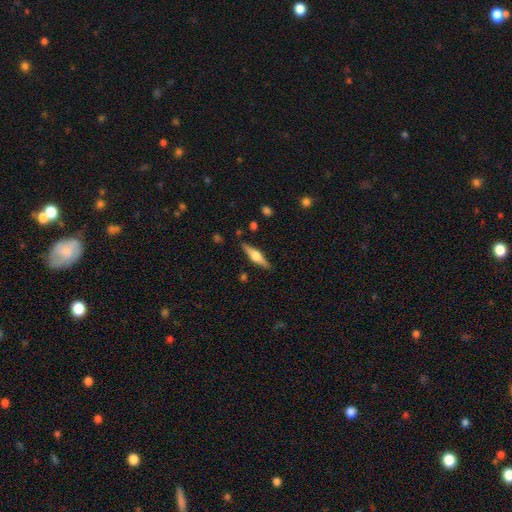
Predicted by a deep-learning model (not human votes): Q: Smooth or featured?
A: featured or disk (69%); runner-up: smooth (24%)
Q: Edge-on disk?
A: yes (97%); runner-up: no (3%)
Q: Edge-on bulge?
A: rounded (91%); runner-up: boxy (8%)
Q: Merging?
A: none (88%); runner-up: minor disturbance (8%)